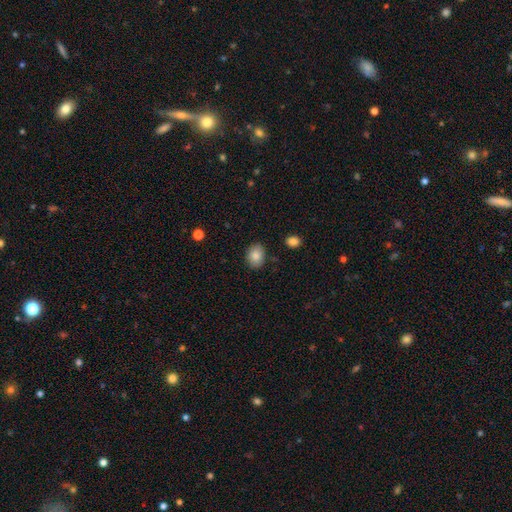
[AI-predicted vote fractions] A smooth galaxy with no disk features (85%) that is in between round and cigar-shaped (68%).

Vote fractions:
- Smooth or featured? smooth: 85% / star or artifact: 8% / featured or disk: 7%
- How rounded? in between: 68% / round: 31% / cigar-shaped: 1%
- Merging? none: 84% / minor disturbance: 11% / major disturbance: 3% / merger: 2%